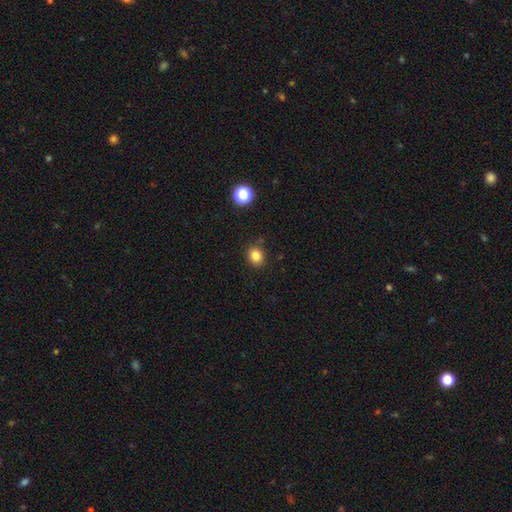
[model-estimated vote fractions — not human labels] smooth 83%, star or artifact 12%, featured or disk 5%. Down the decision tree: how rounded — round (73%); merging — none (85%).